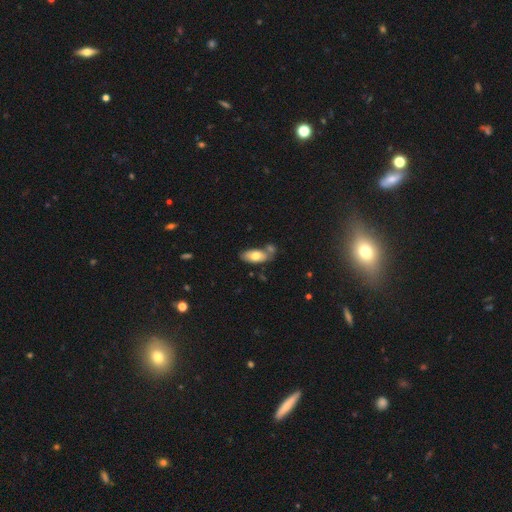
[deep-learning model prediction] This is likely a smooth galaxy (69%). How rounded: clearly in between (89%). Merging: possibly none (56%).